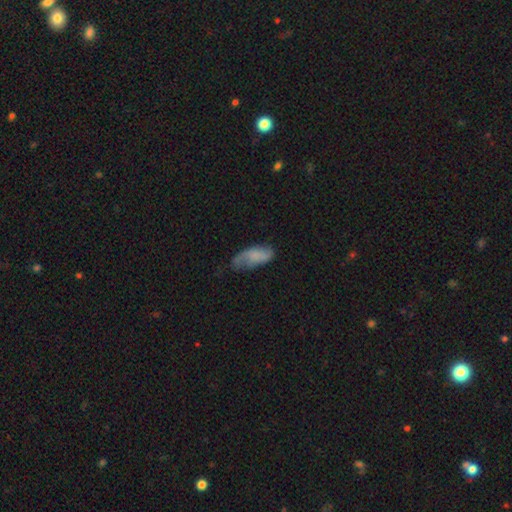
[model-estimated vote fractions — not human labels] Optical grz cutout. It shows a smooth galaxy with no disk features (62%) that is in between round and cigar-shaped (85%). Merging: none (40%).